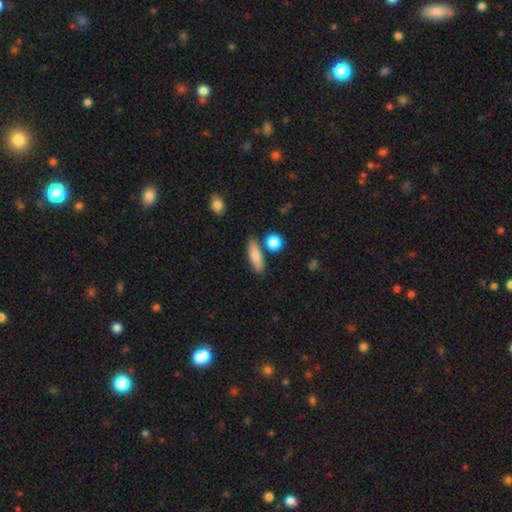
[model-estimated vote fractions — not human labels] Morphology: type=smooth (80%); roundness=cigar-shaped (49%); merging=none (79%).